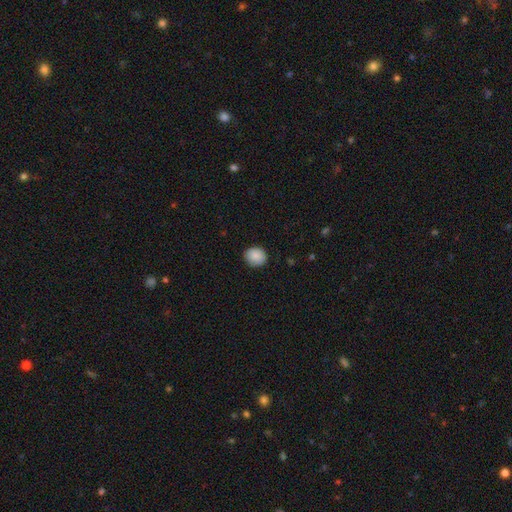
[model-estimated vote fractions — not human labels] This is clearly a smooth galaxy (88%). How rounded: likely round (70%). Merging: clearly none (87%).